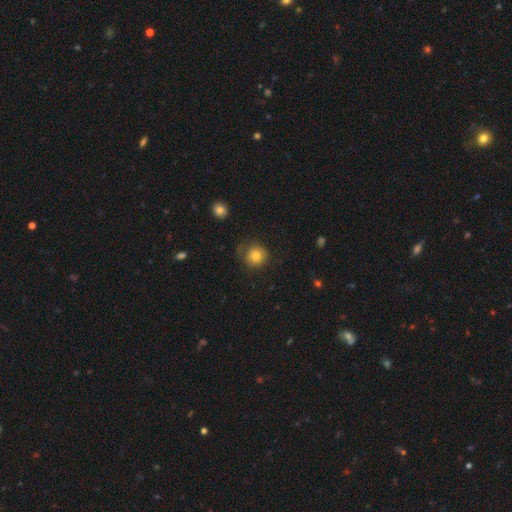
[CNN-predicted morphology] smooth 80%, star or artifact 10%, featured or disk 10%. Down the decision tree: how rounded — round (90%); merging — none (68%).